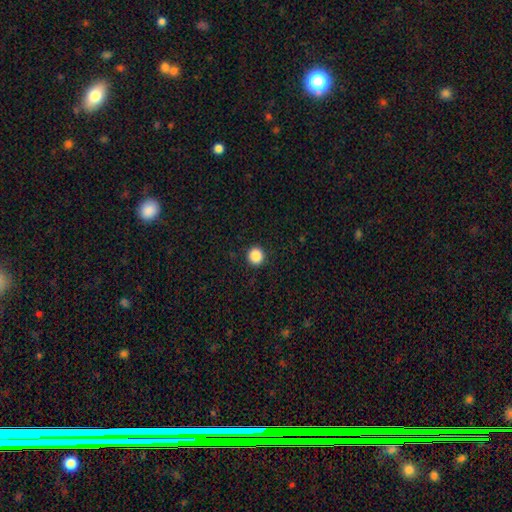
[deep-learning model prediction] Smooth or featured? smooth (87%)
How rounded? round (93%)
Merging? none (93%)